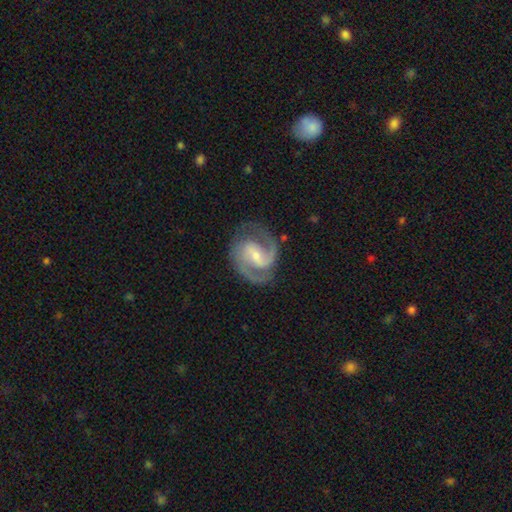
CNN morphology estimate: The model was most divided on "bar": weak: 48%, strong: 32%, no: 20%. More confident: edge-on disk — no (98%); spiral arms — yes (98%); smooth or featured — featured or disk (90%); spiral arm count — 2 (89%); merging — none (76%); bulge size — small (61%); spiral winding — medium (58%).